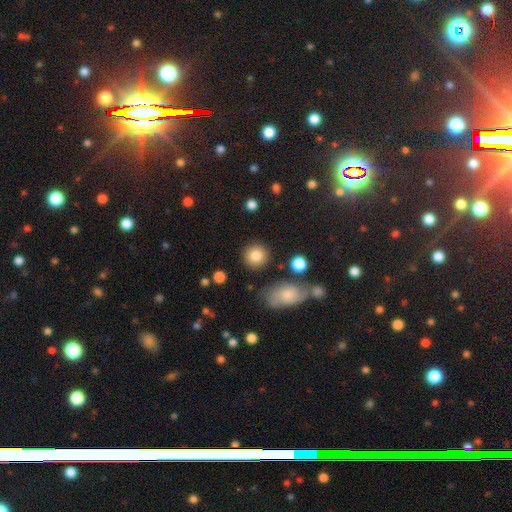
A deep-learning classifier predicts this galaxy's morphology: Smooth or featured?
  - smooth: 84% *
  - star or artifact: 9%
  - featured or disk: 7%
How rounded?
  - round: 90% *
  - in between: 9%
  - cigar-shaped: 1%
Merging?
  - none: 84% *
  - minor disturbance: 9%
  - merger: 4%
  - major disturbance: 3%